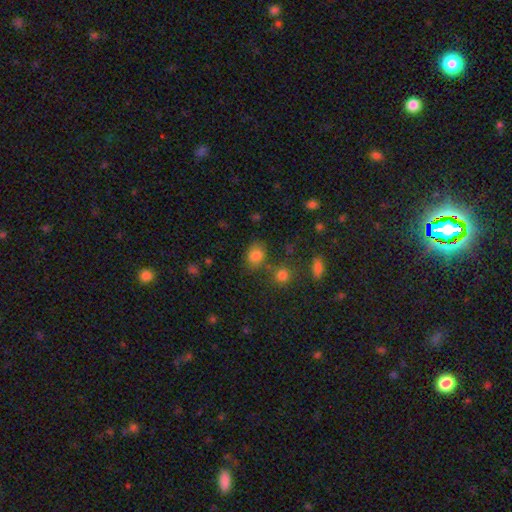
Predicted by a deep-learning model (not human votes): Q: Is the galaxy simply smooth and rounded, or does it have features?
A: smooth — 80%.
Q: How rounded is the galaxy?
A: in between — 59%.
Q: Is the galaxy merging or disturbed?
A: none — 73%.